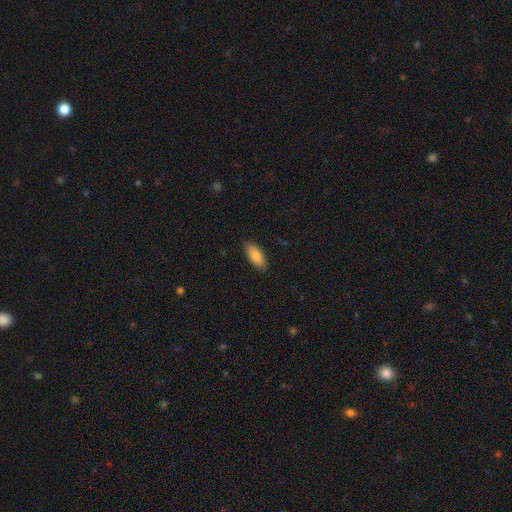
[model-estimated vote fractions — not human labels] The model was most divided on "smooth or featured": smooth: 82%, featured or disk: 12%, star or artifact: 6%. More confident: how rounded — in between (88%); merging — none (88%).